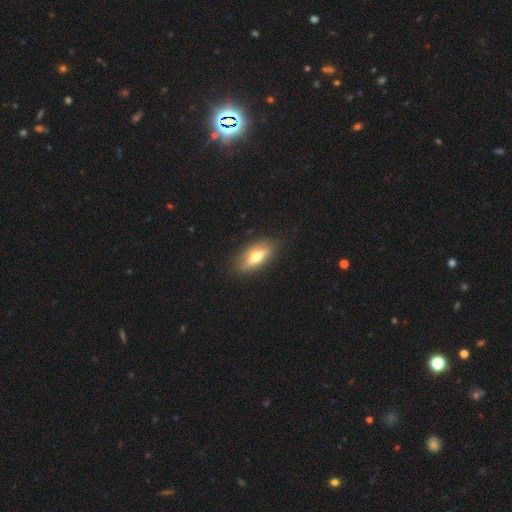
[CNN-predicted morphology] A smooth galaxy with no disk features (50%) that is in between round and cigar-shaped (67%).

Vote fractions:
- Smooth or featured? smooth: 50% / featured or disk: 43% / star or artifact: 7%
- How rounded? in between: 67% / cigar-shaped: 29% / round: 4%
- Merging? none: 83% / minor disturbance: 13% / major disturbance: 3% / merger: 1%